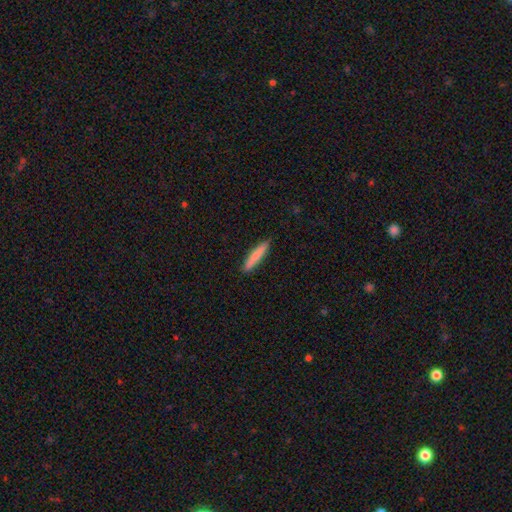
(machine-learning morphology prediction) Q: Smooth or featured?
A: smooth (79%); runner-up: featured or disk (15%)
Q: How rounded?
A: cigar-shaped (92%); runner-up: in between (7%)
Q: Merging?
A: none (88%); runner-up: minor disturbance (9%)